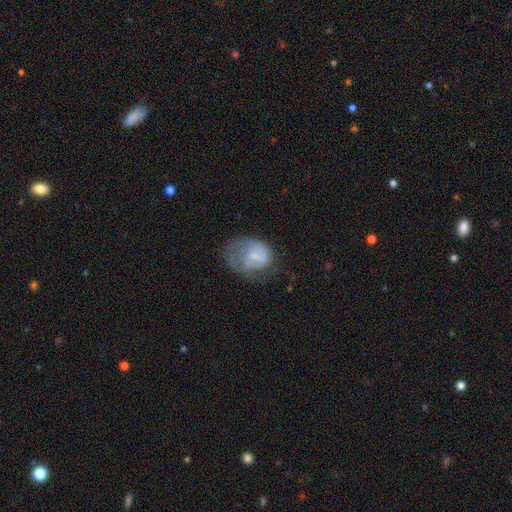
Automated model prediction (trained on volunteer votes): A featured or disk galaxy (49%). Merging: major disturbance (40%).